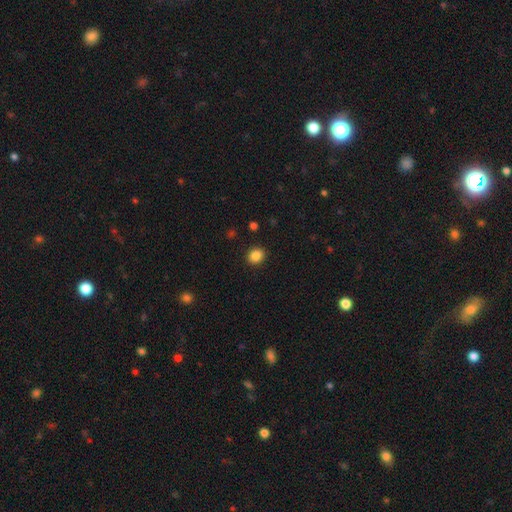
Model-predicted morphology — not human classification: smooth-or-featured: smooth: 86% | star or artifact: 10% | featured or disk: 4%
  how-rounded: round: 74% | in between: 25% | cigar-shaped: 1%
  merging: none: 91% | minor disturbance: 6% | major disturbance: 2% | merger: 1%